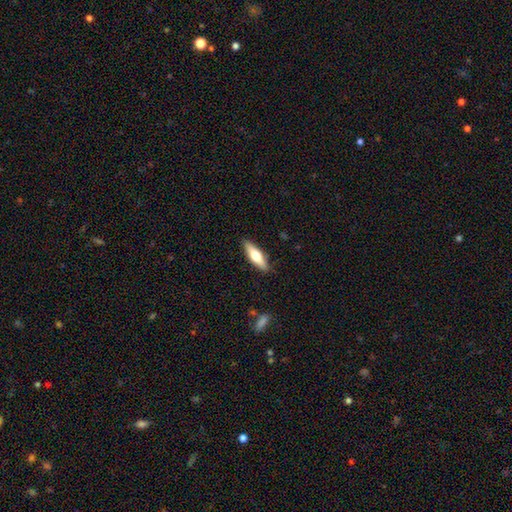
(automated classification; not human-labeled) This is possibly a smooth galaxy (56%). How rounded: possibly cigar-shaped (57%). Merging: clearly none (88%).